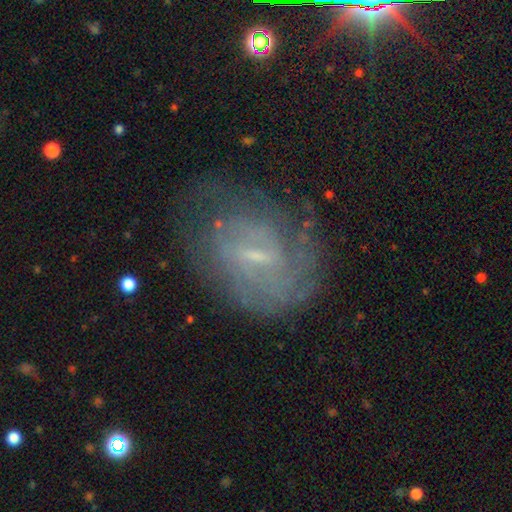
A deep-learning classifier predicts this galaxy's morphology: smooth-or-featured: featured or disk: 74% | smooth: 15% | star or artifact: 11%
  disk-edge-on: no: 96% | yes: 4%
    bar: weak: 58% | strong: 22% | no: 19%
    has-spiral-arms: yes: 83% | no: 17%
      spiral-winding: tight: 58% | medium: 31% | loose: 11%
      spiral-arm-count: can't tell: 54% | 2: 21% | 3: 9% | 1: 7% | 4: 6% | more than 4: 4%
    bulge-size: small: 64% | moderate: 21% | none: 12% | large: 2% | dominant: 1%
  merging: none: 65% | minor disturbance: 21% | major disturbance: 12% | merger: 2%